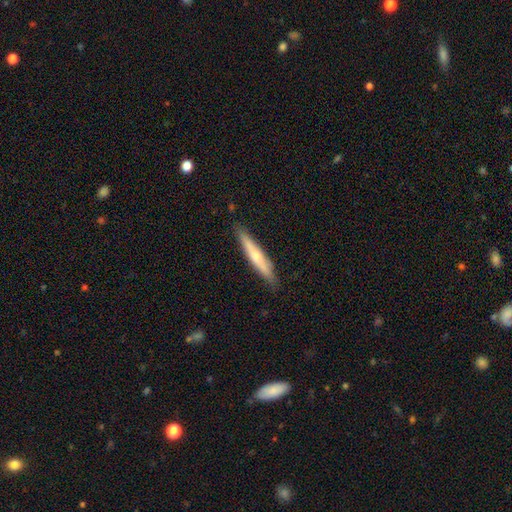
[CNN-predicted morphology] smooth_or_featured: smooth (p=0.51) [alt: featured or disk p=0.43]
how_rounded: cigar-shaped (p=0.93) [alt: in between p=0.06]
merging: none (p=0.88) [alt: minor disturbance p=0.09]